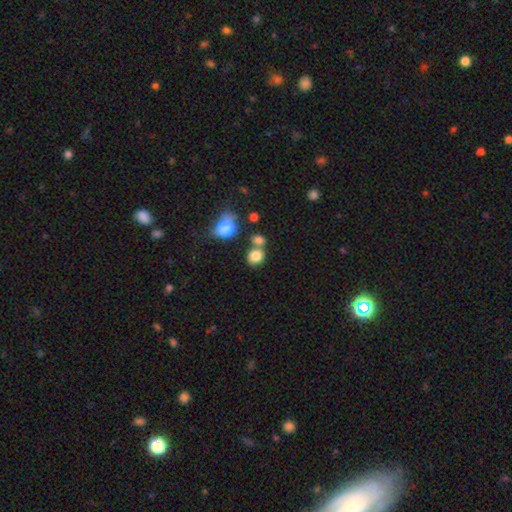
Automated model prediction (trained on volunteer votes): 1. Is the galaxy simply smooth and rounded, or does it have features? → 82% smooth, 11% star or artifact, 7% featured or disk.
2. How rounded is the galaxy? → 73% round, 26% in between, 1% cigar-shaped.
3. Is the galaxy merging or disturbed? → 55% none, 29% merger, 11% minor disturbance, 5% major disturbance.